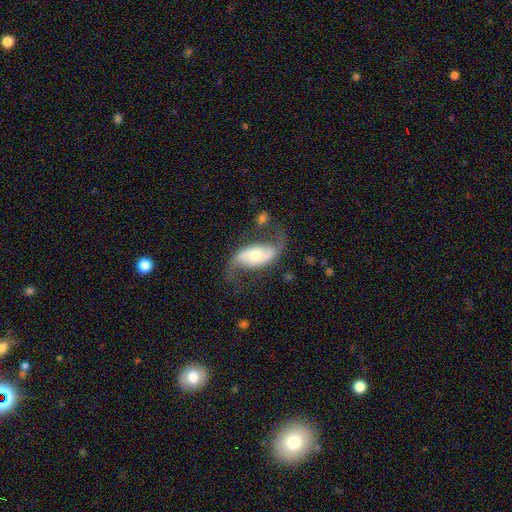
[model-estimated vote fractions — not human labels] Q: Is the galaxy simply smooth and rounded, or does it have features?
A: featured or disk — 82%.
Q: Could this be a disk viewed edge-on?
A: no — 95%.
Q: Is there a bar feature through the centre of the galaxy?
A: no — 40%.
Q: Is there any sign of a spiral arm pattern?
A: yes — 93%.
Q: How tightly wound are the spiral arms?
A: loose — 75%.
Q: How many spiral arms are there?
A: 2 — 92%.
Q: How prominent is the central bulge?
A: moderate — 56%.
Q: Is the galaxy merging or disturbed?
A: none — 62%.